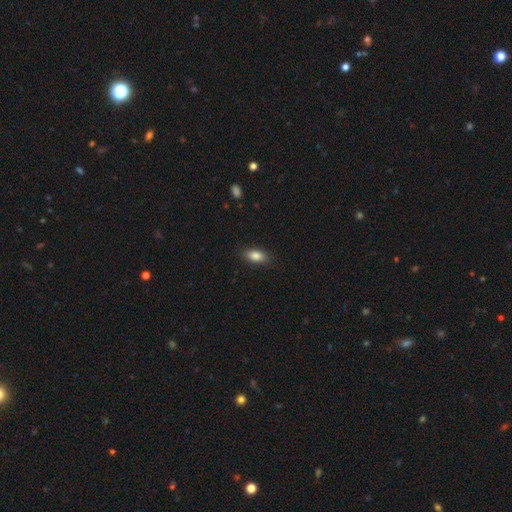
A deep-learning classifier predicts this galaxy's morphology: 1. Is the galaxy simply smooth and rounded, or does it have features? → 85% smooth, 8% featured or disk, 7% star or artifact.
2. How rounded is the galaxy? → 87% in between, 9% cigar-shaped, 4% round.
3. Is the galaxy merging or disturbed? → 87% none, 10% minor disturbance, 2% major disturbance, 1% merger.